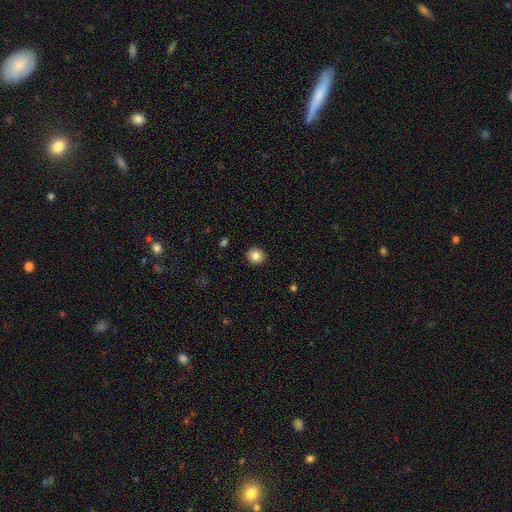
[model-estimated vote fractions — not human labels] smooth-or-featured: smooth: 84% | star or artifact: 9% | featured or disk: 6%
  how-rounded: round: 89% | in between: 10% | cigar-shaped: 1%
  merging: none: 92% | minor disturbance: 6% | major disturbance: 2% | merger: 1%